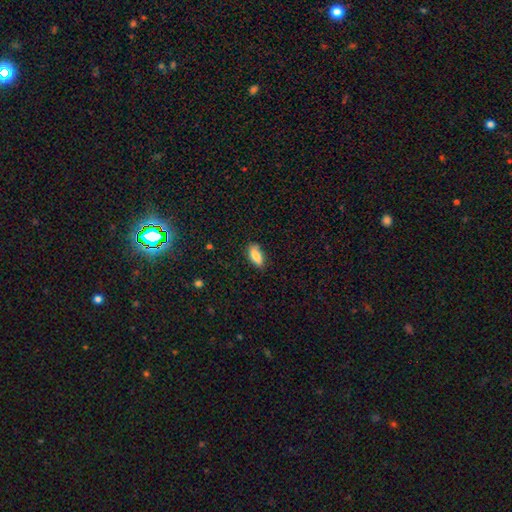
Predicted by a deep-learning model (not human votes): Smooth or featured? smooth (82%)
How rounded? in between (79%)
Merging? none (80%)